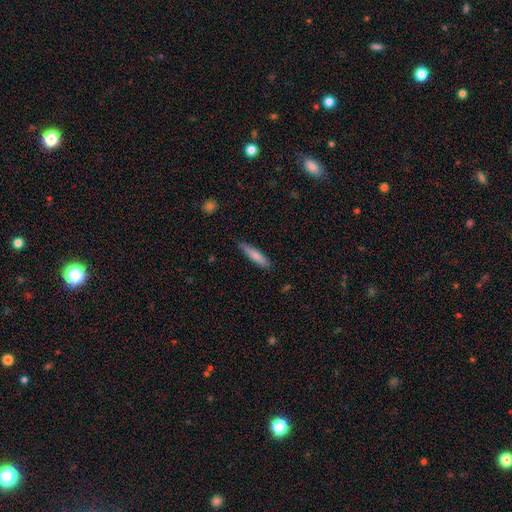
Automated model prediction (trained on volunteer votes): smooth-or-featured: smooth: 79% | featured or disk: 15% | star or artifact: 6%
  how-rounded: cigar-shaped: 84% | in between: 14% | round: 1%
  merging: none: 80% | minor disturbance: 17% | major disturbance: 3% | merger: 1%